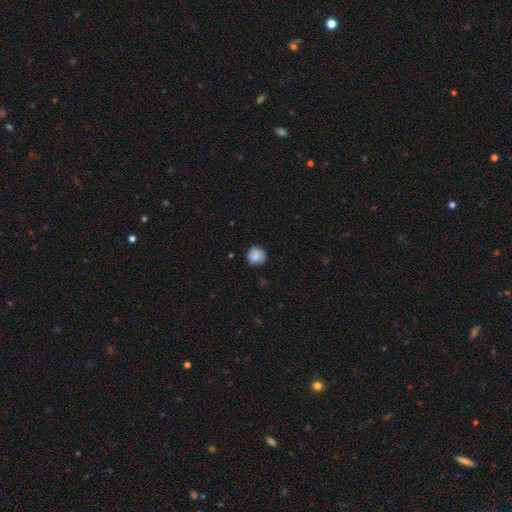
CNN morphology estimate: smooth-or-featured: smooth: 84% | featured or disk: 8% | star or artifact: 8%
  how-rounded: round: 92% | in between: 7% | cigar-shaped: 1%
  merging: none: 84% | minor disturbance: 12% | major disturbance: 2% | merger: 1%